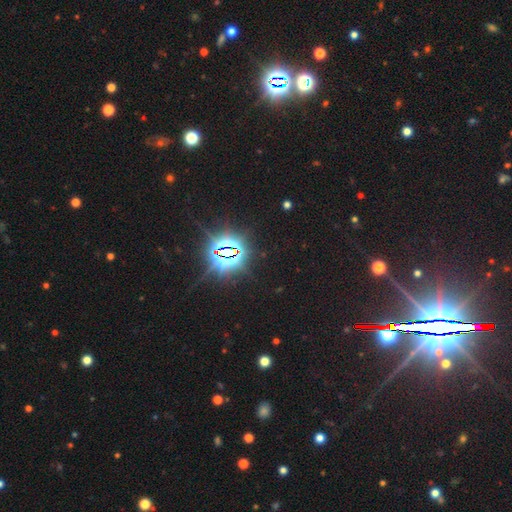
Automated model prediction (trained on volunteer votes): smooth_or_featured: star or artifact (p=0.81) [alt: smooth p=0.11]